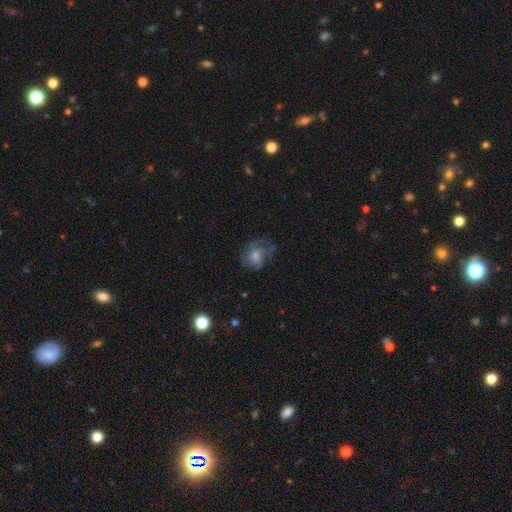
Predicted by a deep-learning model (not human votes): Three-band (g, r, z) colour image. It shows a featured or disk galaxy (53%) with no bar (71%), spiral arms (69%) and a moderate central bulge (44%). Merging: none (47%).